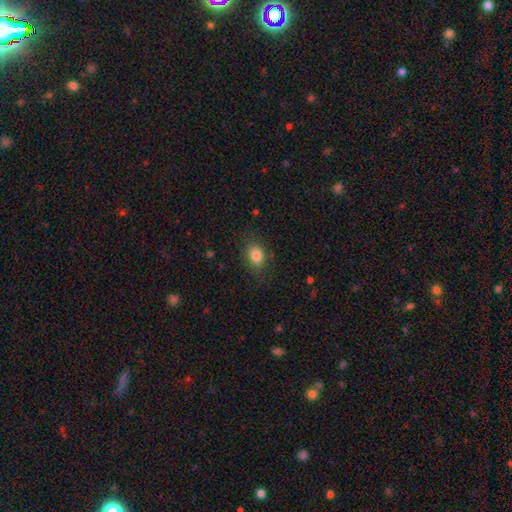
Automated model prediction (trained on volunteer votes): This is clearly a smooth galaxy (83%). How rounded: likely in between (64%). Merging: clearly none (81%).